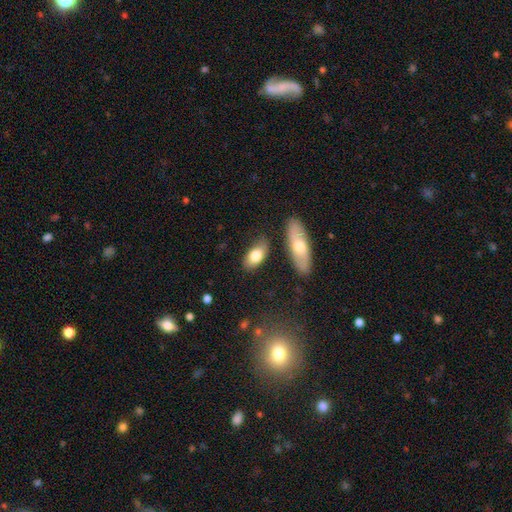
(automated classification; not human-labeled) smooth-or-featured: smooth: 76% | featured or disk: 18% | star or artifact: 6%
  how-rounded: in between: 90% | cigar-shaped: 6% | round: 4%
  merging: none: 72% | minor disturbance: 17% | merger: 7% | major disturbance: 5%